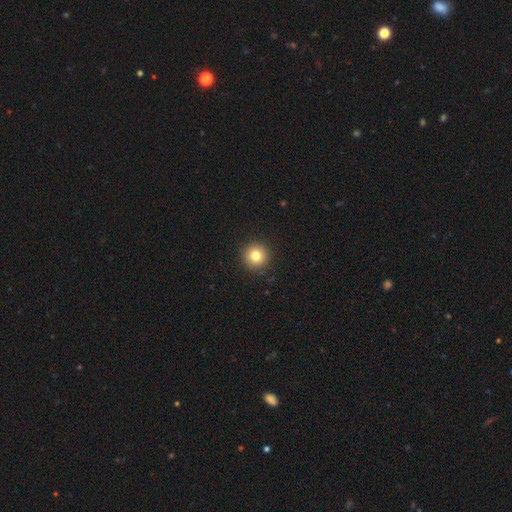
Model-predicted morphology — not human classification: A smooth galaxy with no disk features (80%) that is round (96%).

Vote fractions:
- Smooth or featured? smooth: 80% / star or artifact: 12% / featured or disk: 8%
- How rounded? round: 96% / in between: 3% / cigar-shaped: 1%
- Merging? none: 92% / minor disturbance: 5% / major disturbance: 2% / merger: 1%